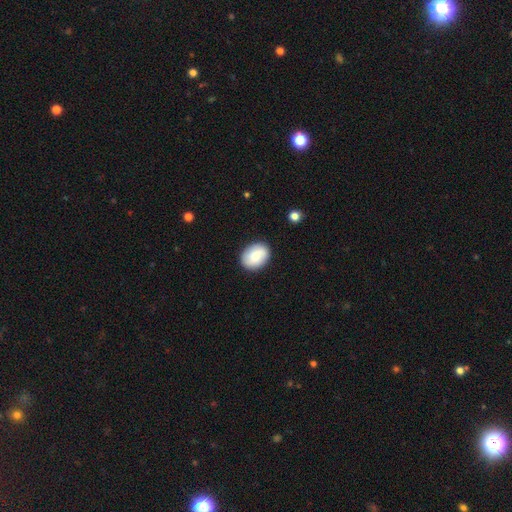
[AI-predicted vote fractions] Morphology: type=smooth (70%); roundness=in between (64%); merging=none (87%).